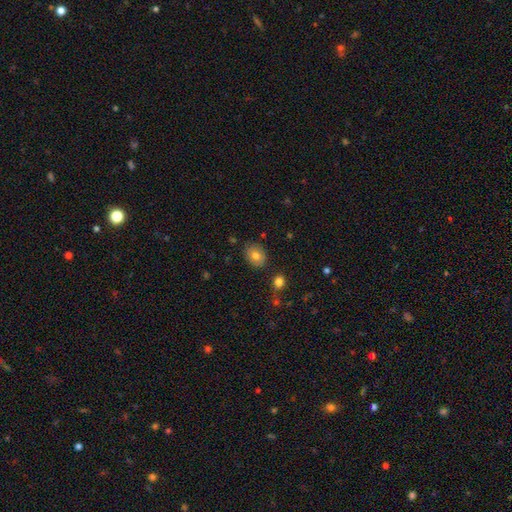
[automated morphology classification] smooth-or-featured: smooth: 78% | featured or disk: 12% | star or artifact: 10%
  how-rounded: round: 54% | in between: 45% | cigar-shaped: 1%
  merging: none: 83% | minor disturbance: 12% | merger: 3% | major disturbance: 3%